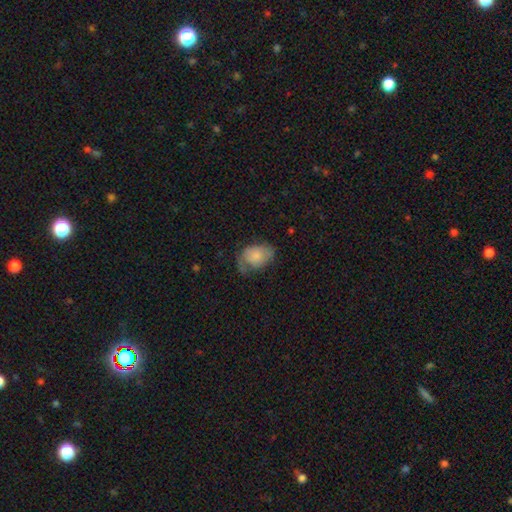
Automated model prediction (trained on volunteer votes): Smooth or featured? smooth (69%)
How rounded? in between (78%)
Merging? none (44%)